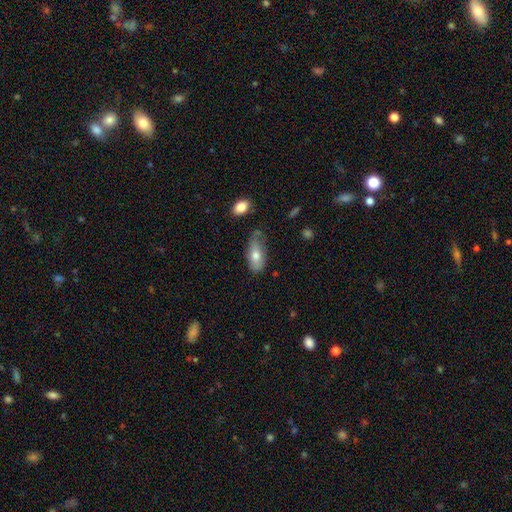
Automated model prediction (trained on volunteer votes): This is likely a smooth galaxy (72%). How rounded: clearly in between (87%). Merging: possibly none (54%).